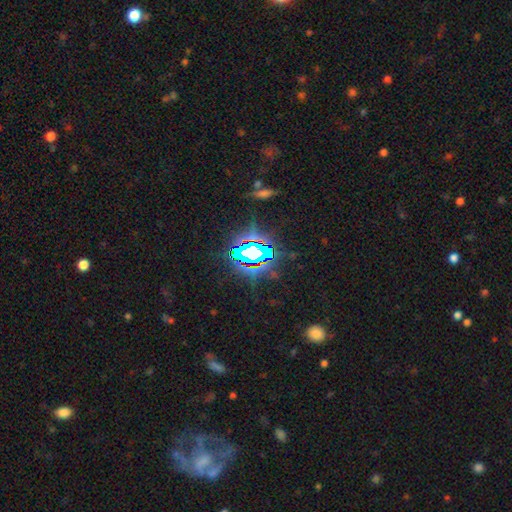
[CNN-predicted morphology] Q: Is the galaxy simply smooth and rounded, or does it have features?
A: star or artifact — 75%.